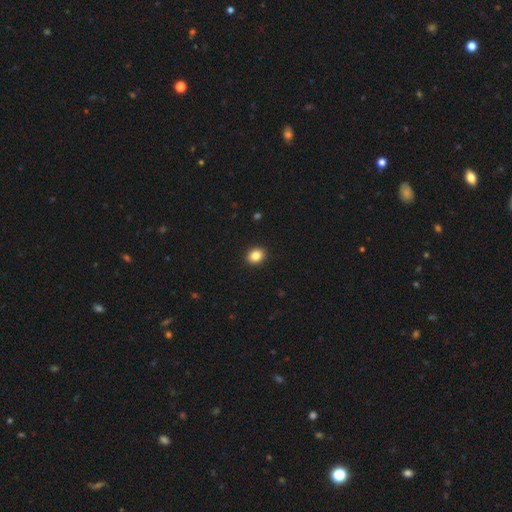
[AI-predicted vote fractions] Morphology: type=smooth (86%); roundness=round (63%); merging=none (92%).